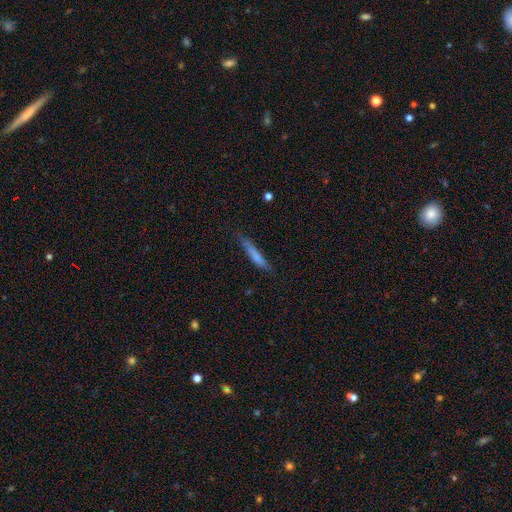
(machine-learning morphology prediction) The model was most divided on "merging": none: 66%, minor disturbance: 25%, major disturbance: 6%, merger: 3%. More confident: how rounded — cigar-shaped (91%); smooth or featured — smooth (73%).